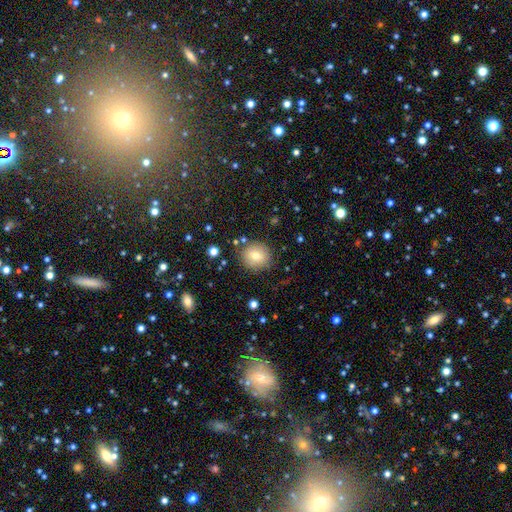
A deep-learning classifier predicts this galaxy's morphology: smooth_or_featured: smooth (p=0.74) [alt: featured or disk p=0.16]
how_rounded: round (p=0.86) [alt: in between p=0.13]
merging: none (p=0.85) [alt: minor disturbance p=0.09]